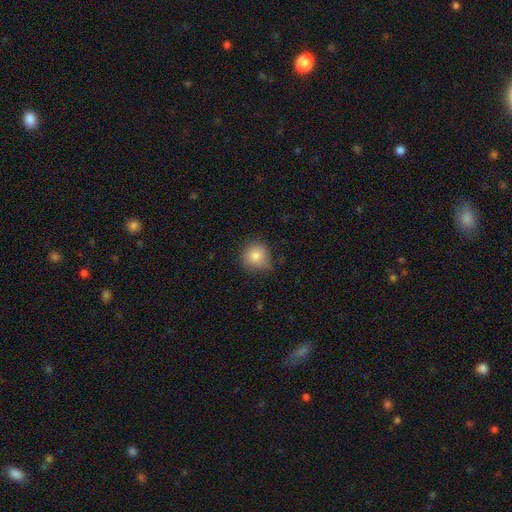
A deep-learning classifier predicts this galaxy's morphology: Q: Smooth or featured?
A: smooth (82%); runner-up: star or artifact (10%)
Q: How rounded?
A: round (91%); runner-up: in between (8%)
Q: Merging?
A: none (71%); runner-up: minor disturbance (23%)